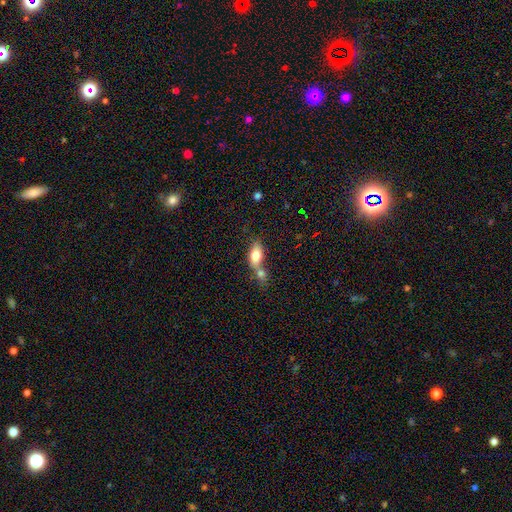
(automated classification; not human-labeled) This is likely a smooth galaxy (78%). How rounded: clearly in between (85%). Merging: possibly merger (57%).